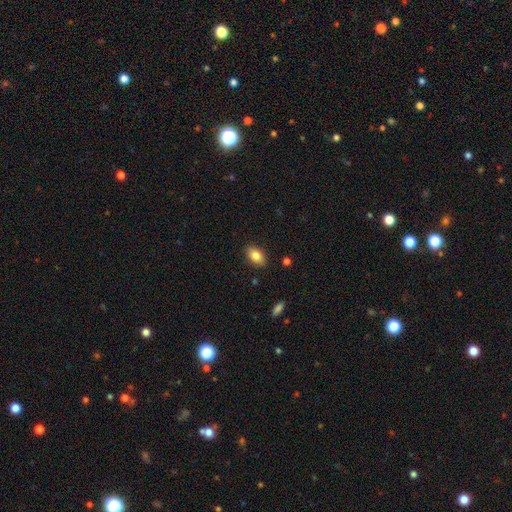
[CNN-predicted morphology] smooth_or_featured: smooth (p=0.83) [alt: featured or disk p=0.09]
how_rounded: in between (p=0.90) [alt: round p=0.08]
merging: none (p=0.87) [alt: minor disturbance p=0.10]